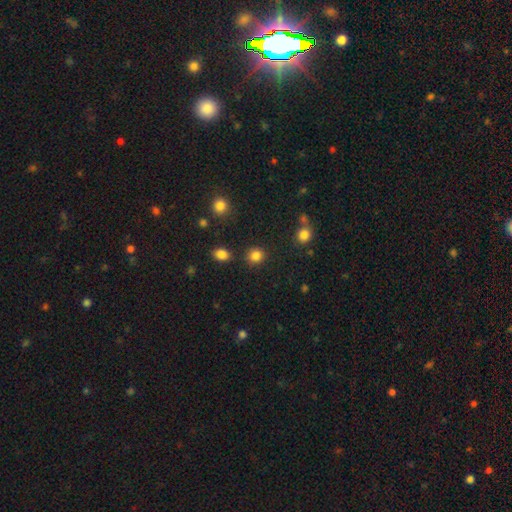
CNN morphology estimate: A smooth galaxy with no disk features (85%) that is round (83%). Merging: none (84%).